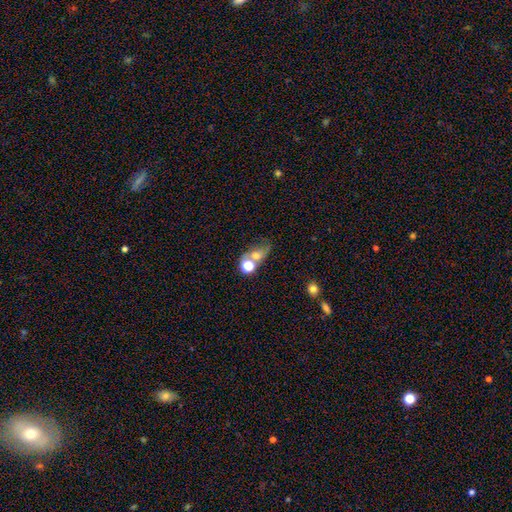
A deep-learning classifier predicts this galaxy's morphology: This appears to be a smooth galaxy with no disk features (51%) that is in between round and cigar-shaped (54%). Merging: merger (38%).